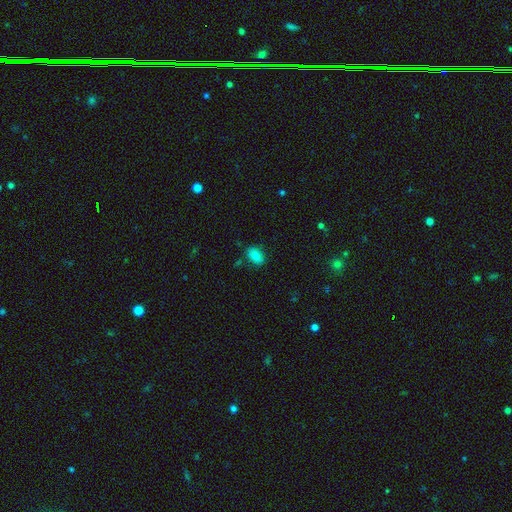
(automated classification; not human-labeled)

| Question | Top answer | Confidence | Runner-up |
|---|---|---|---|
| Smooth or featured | smooth | 80% | star or artifact (10%) |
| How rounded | in between | 84% | round (15%) |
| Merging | none | 81% | minor disturbance (13%) |